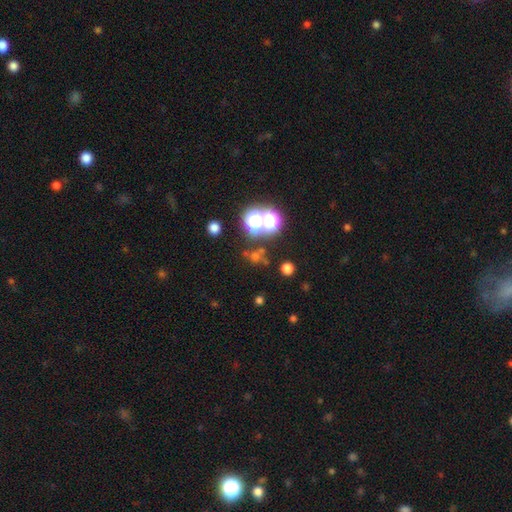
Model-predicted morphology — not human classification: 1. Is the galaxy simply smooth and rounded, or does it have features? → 50% star or artifact, 38% smooth, 12% featured or disk.